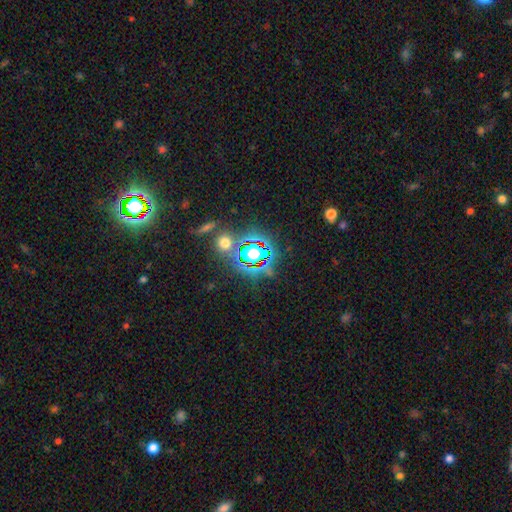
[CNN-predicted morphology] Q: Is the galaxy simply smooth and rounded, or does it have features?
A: star or artifact — 74%.